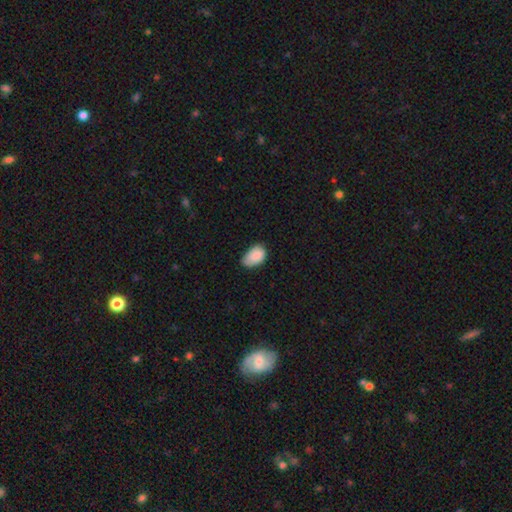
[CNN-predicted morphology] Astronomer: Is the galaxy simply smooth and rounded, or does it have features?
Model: smooth — 87%.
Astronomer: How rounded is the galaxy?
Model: in between — 90%.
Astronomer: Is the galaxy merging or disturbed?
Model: none — 49% (runner-up: minor disturbance, 43%).